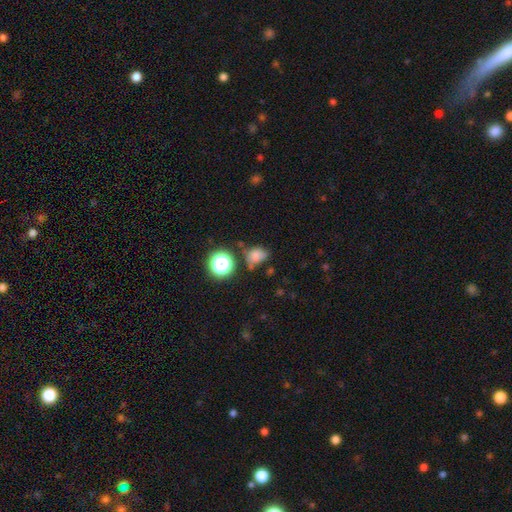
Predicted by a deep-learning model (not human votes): Smooth or featured? smooth (73%)
How rounded? in between (52%)
Merging? none (48%)